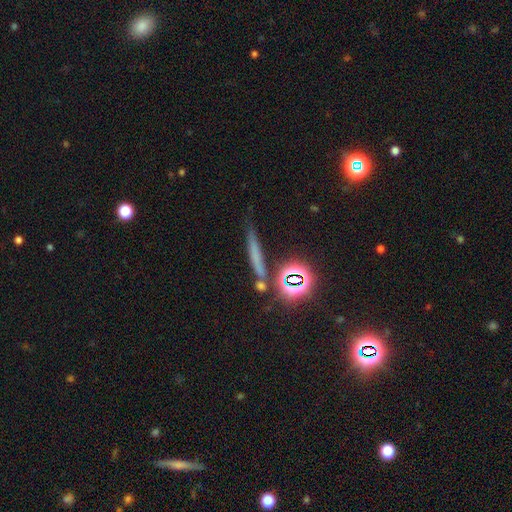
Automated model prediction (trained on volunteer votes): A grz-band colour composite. It shows a smooth galaxy with no disk features (49%). Merging: none (74%).